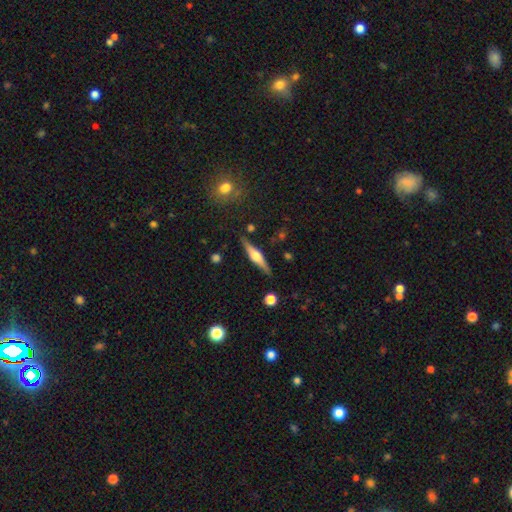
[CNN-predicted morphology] type=featured or disk (70%); edge-on=yes (97%); edge-on bulge=rounded (90%); merging=none (88%).